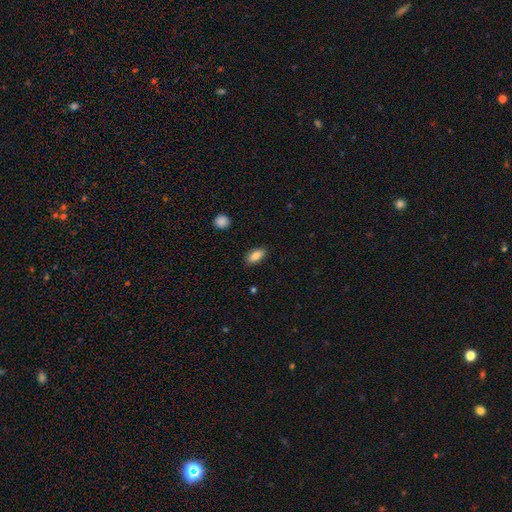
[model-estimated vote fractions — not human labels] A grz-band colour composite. It shows a smooth galaxy with no disk features (85%) that is in between round and cigar-shaped (88%). Merging: none (87%).